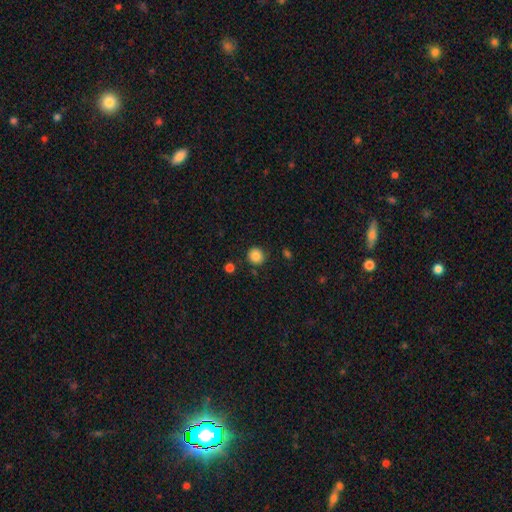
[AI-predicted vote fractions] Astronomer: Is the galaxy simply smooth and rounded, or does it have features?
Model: smooth — 85%.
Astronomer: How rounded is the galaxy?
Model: round — 92%.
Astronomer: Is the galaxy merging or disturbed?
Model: none — 86%.